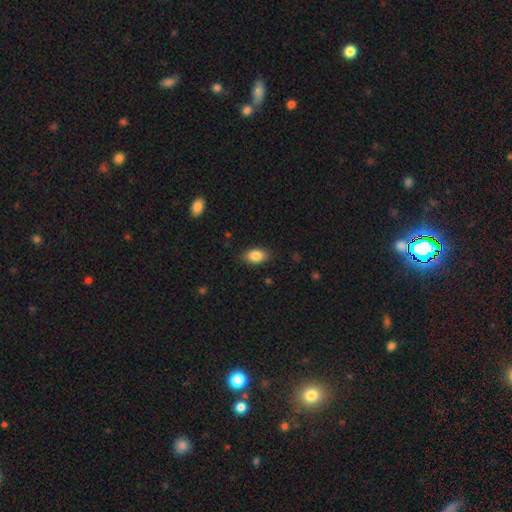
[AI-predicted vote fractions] This is clearly a smooth galaxy (86%). How rounded: clearly in between (88%). Merging: clearly none (84%).